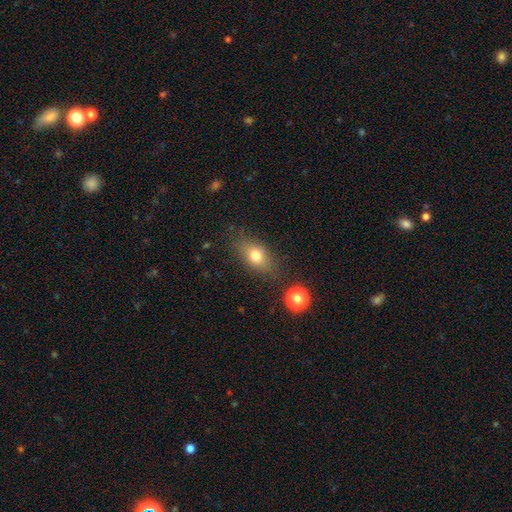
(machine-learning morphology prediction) Smooth or featured? Predicted: smooth (p=0.74). How rounded? Predicted: in between (p=0.76). Merging? Predicted: none (p=0.77).